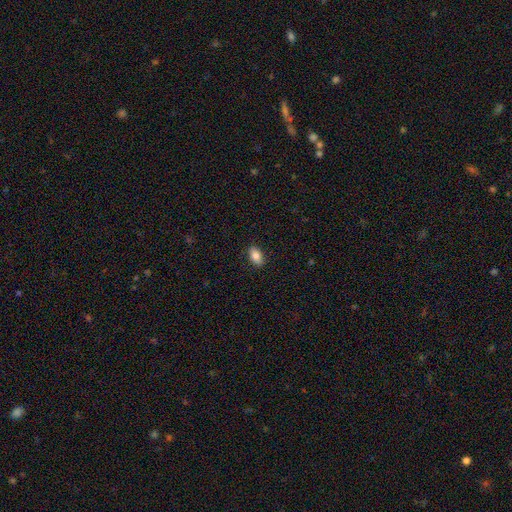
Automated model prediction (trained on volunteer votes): A smooth galaxy with no disk features (82%) that is in between round and cigar-shaped (90%). Merging: none (89%).